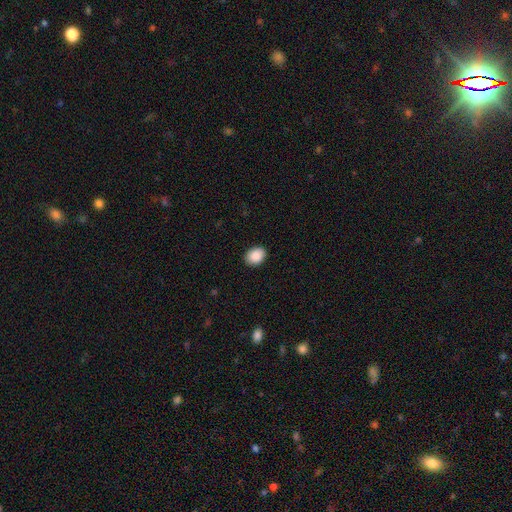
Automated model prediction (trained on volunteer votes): This is clearly a smooth galaxy (90%). How rounded: likely in between (66%). Merging: clearly none (89%).